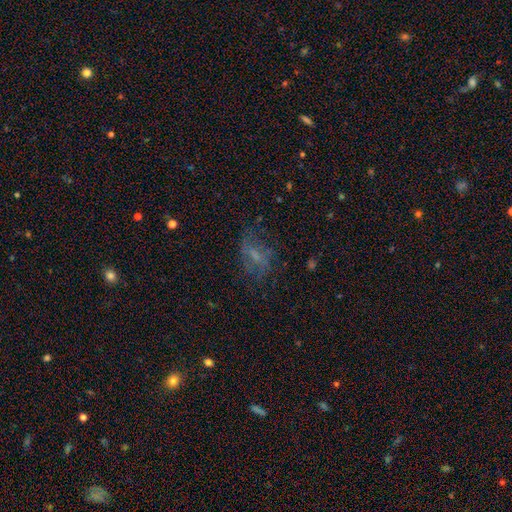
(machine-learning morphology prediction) Smooth or featured? Predicted: featured or disk (p=0.41). Merging? Predicted: none (p=0.53).